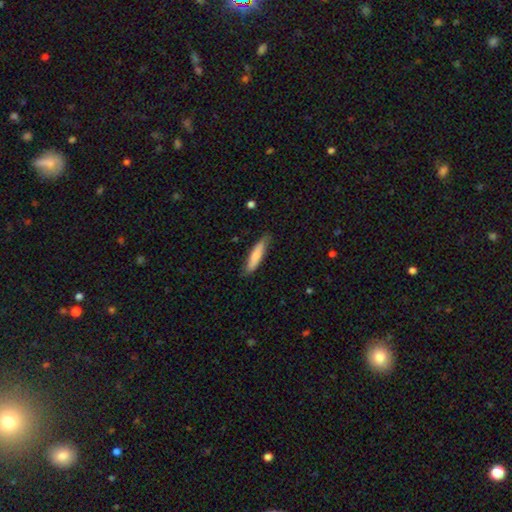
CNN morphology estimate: Smooth or featured? Predicted: smooth (p=0.76). How rounded? Predicted: cigar-shaped (p=0.81). Merging? Predicted: none (p=0.81).